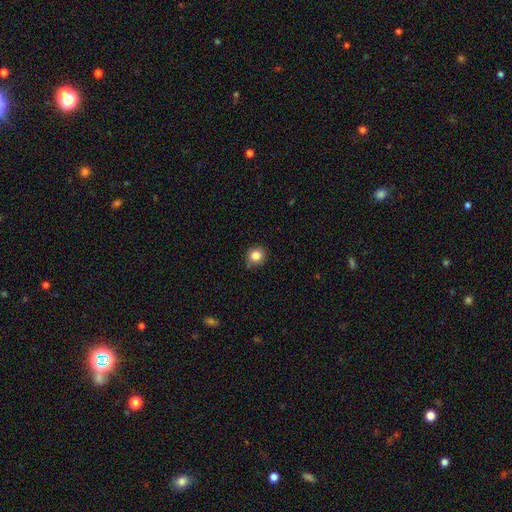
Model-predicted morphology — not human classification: Overall: smooth (84%). How rounded: round (89%). Merging: none (85%).